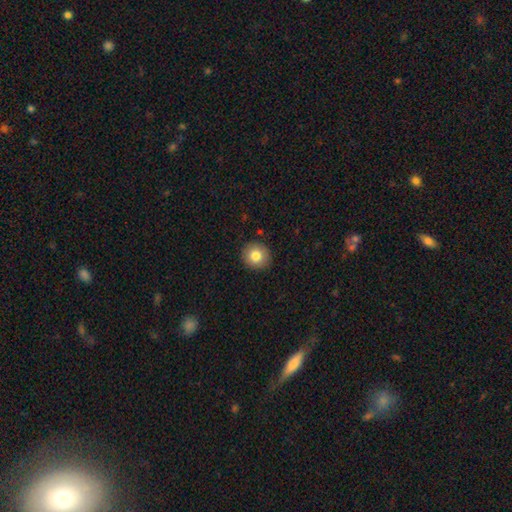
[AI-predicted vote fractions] smooth-or-featured: smooth: 82% | featured or disk: 9% | star or artifact: 9%
  how-rounded: round: 85% | in between: 14% | cigar-shaped: 1%
  merging: none: 90% | minor disturbance: 7% | major disturbance: 2% | merger: 1%